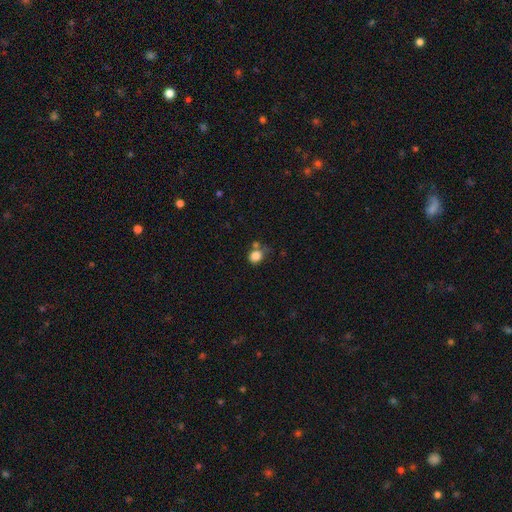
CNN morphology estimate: Smooth or featured: smooth — 84% (star or artifact — 11%)
How rounded: round — 68% (in between — 31%)
Merging: none — 55% (merger — 19%)